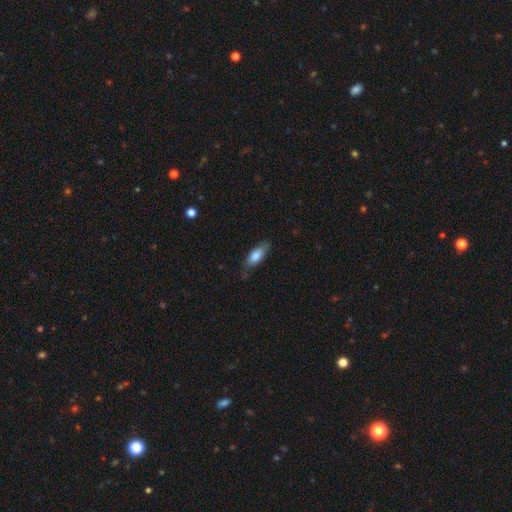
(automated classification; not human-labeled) Smooth or featured?
  - smooth: 76% *
  - featured or disk: 18%
  - star or artifact: 6%
How rounded?
  - in between: 72% *
  - cigar-shaped: 26%
  - round: 2%
Merging?
  - none: 71% *
  - minor disturbance: 23%
  - major disturbance: 5%
  - merger: 2%